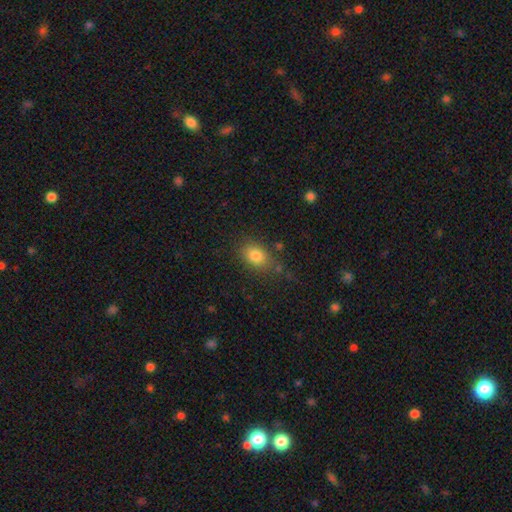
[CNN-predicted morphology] smooth_or_featured: smooth (p=0.81) [alt: star or artifact p=0.10]
how_rounded: in between (p=0.72) [alt: round p=0.26]
merging: none (p=0.74) [alt: minor disturbance p=0.16]